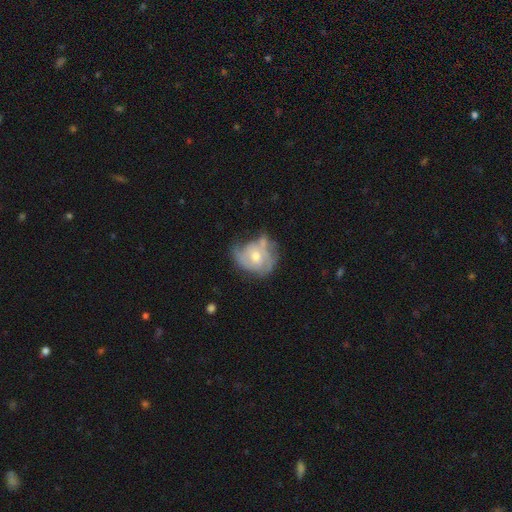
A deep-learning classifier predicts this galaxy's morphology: Smooth or featured?
  - featured or disk: 60% *
  - smooth: 33%
  - star or artifact: 7%
Edge-on disk?
  - no: 97% *
  - yes: 3%
Bar?
  - no: 77% *
  - weak: 20%
  - strong: 3%
Spiral arms?
  - yes: 63% *
  - no: 37%
Bulge size?
  - moderate: 65% *
  - small: 28%
  - large: 4%
  - none: 2%
  - dominant: 1%
Merging?
  - none: 38% *
  - minor disturbance: 32%
  - major disturbance: 21%
  - merger: 9%